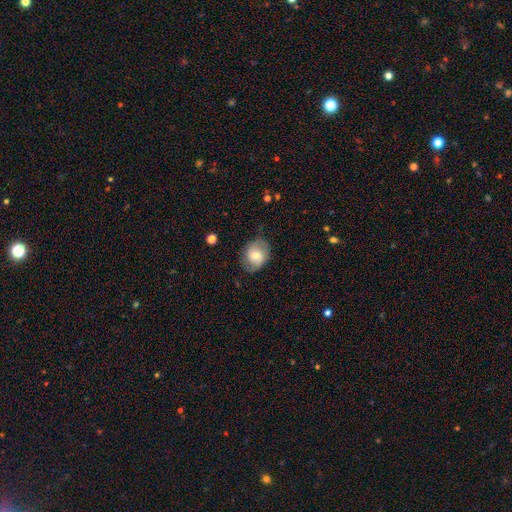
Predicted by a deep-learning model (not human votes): A smooth galaxy with no disk features (59%) that is round (52%). Merging: none (76%).